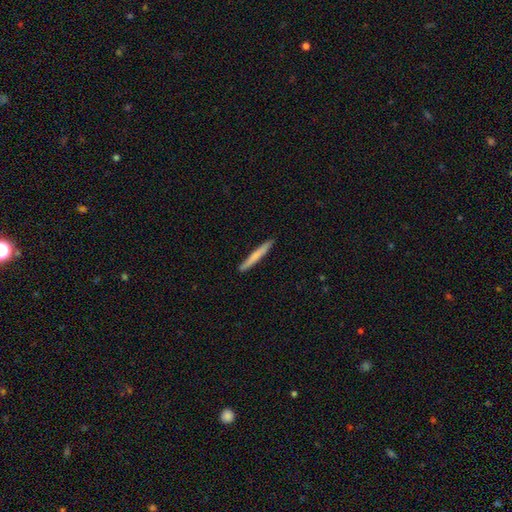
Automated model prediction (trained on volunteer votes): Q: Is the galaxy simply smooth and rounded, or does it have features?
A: smooth — 67%.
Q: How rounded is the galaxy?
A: cigar-shaped — 96%.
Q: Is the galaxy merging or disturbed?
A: none — 91%.